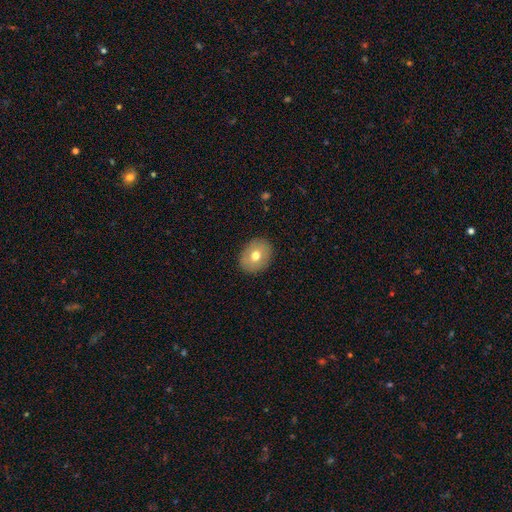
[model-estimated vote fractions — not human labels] Smooth or featured? Predicted: smooth (p=0.68). How rounded? Predicted: round (p=0.52). Merging? Predicted: none (p=0.89).